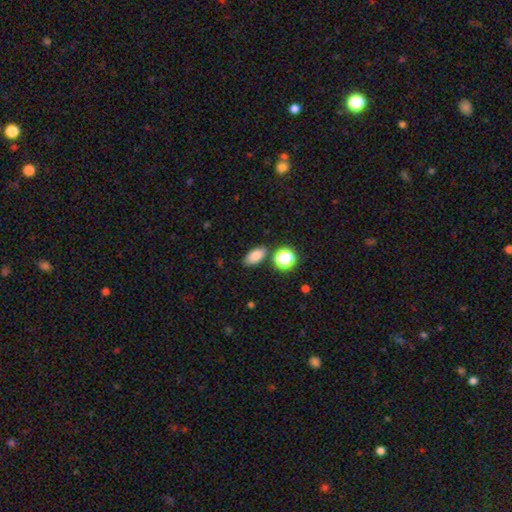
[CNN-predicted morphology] This appears to be a smooth galaxy with no disk features (82%) that is in between round and cigar-shaped (85%). Merging: none (82%).